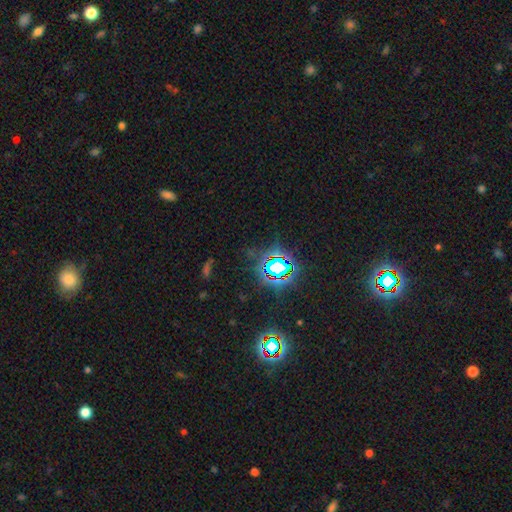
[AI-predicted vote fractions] smooth-or-featured: star or artifact: 79% | smooth: 12% | featured or disk: 9%